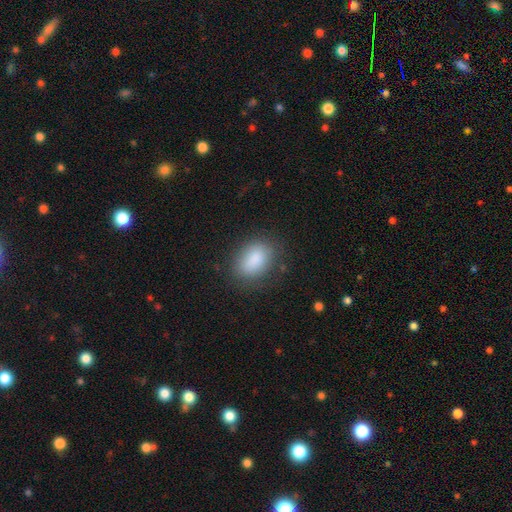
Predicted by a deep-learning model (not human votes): smooth_or_featured: smooth (p=0.86) [alt: star or artifact p=0.08]
how_rounded: in between (p=0.78) [alt: round p=0.20]
merging: none (p=0.75) [alt: minor disturbance p=0.16]